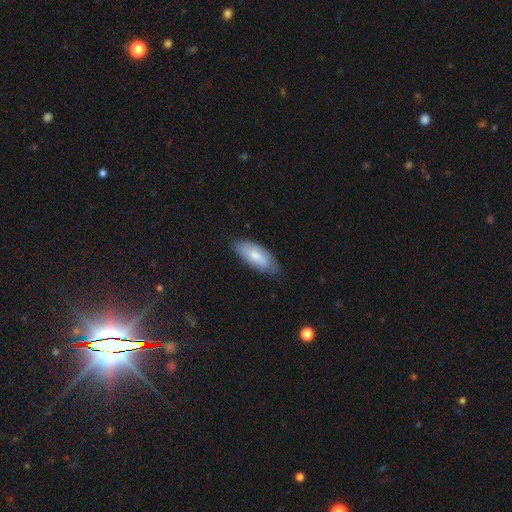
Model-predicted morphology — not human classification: Q: Smooth or featured?
A: smooth (74%); runner-up: featured or disk (21%)
Q: How rounded?
A: in between (85%); runner-up: cigar-shaped (13%)
Q: Merging?
A: none (73%); runner-up: minor disturbance (22%)